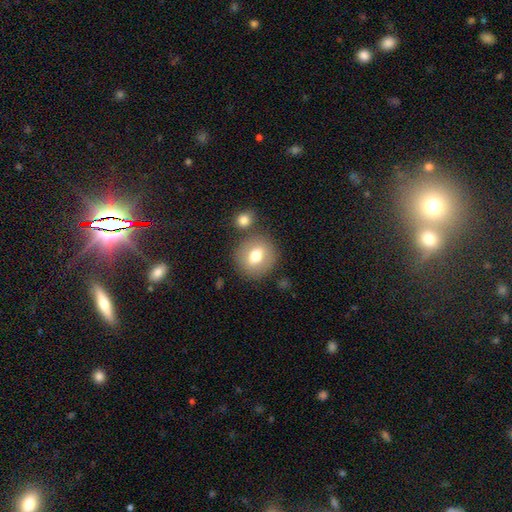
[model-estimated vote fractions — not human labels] Smooth or featured?
  - smooth: 69% *
  - featured or disk: 22%
  - star or artifact: 8%
How rounded?
  - round: 80% *
  - in between: 19%
  - cigar-shaped: 1%
Merging?
  - none: 76% *
  - merger: 10%
  - minor disturbance: 10%
  - major disturbance: 3%